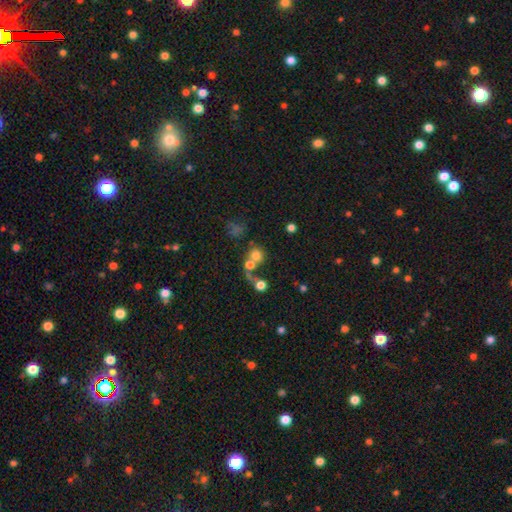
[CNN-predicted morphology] This is likely a smooth galaxy (68%). How rounded: clearly round (81%). Merging: possibly merger (49%).